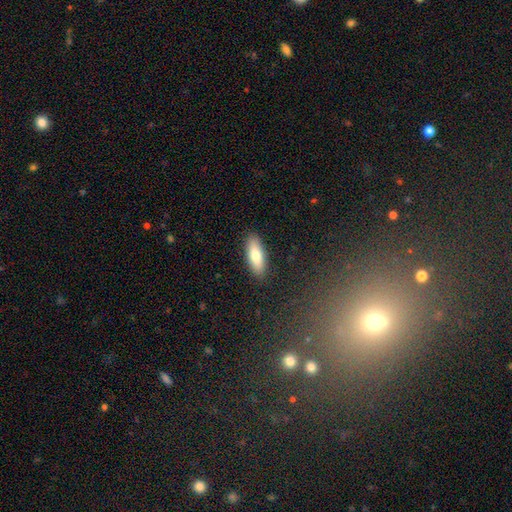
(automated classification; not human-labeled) This is likely a smooth galaxy (77%). How rounded: likely in between (67%). Merging: clearly none (89%).